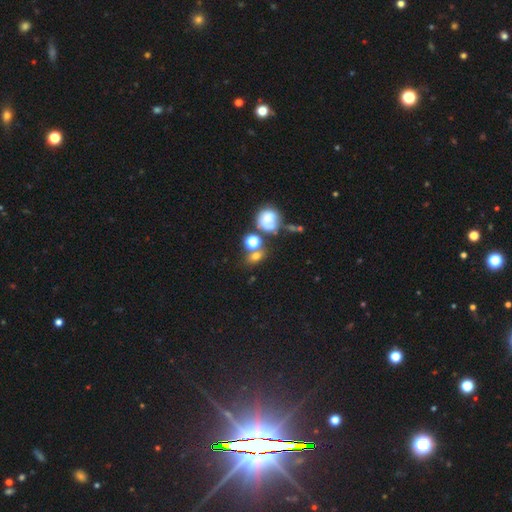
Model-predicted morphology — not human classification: type=smooth (68%); roundness=round (55%); merging=none (57%).